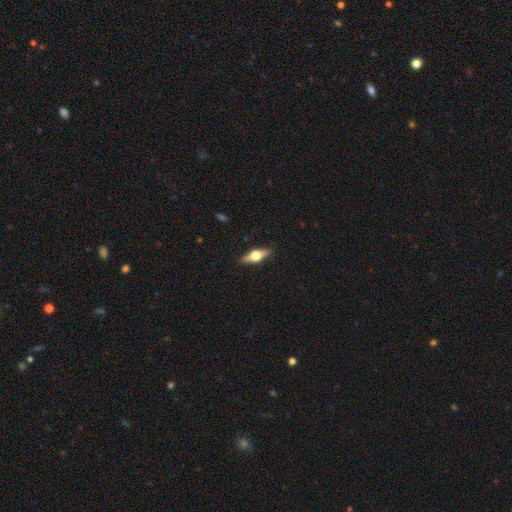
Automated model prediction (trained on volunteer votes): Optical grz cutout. It shows a featured or disk galaxy (55%) viewed edge-on (92%) with a rounded central bulge (95%). Merging: none (89%).